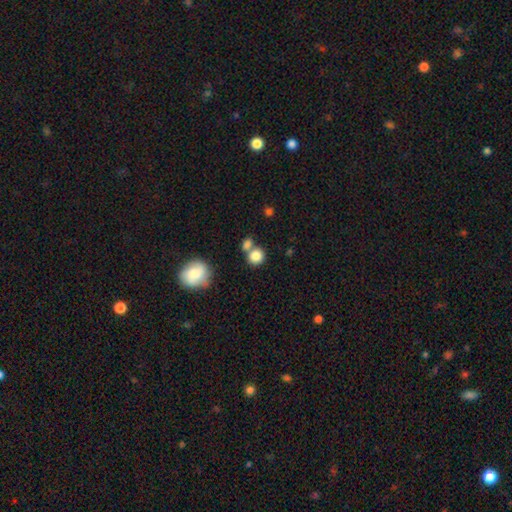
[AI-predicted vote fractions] This is clearly a smooth galaxy (83%). How rounded: likely round (78%). Merging: possibly none (53%).